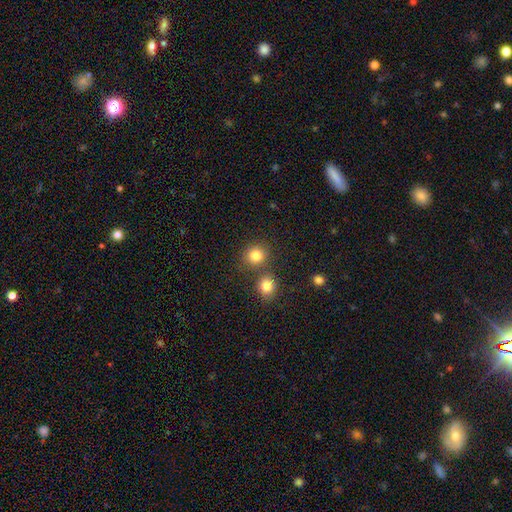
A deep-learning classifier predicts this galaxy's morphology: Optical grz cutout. It shows a smooth galaxy with no disk features (83%) that is round (84%). Merging: none (69%).